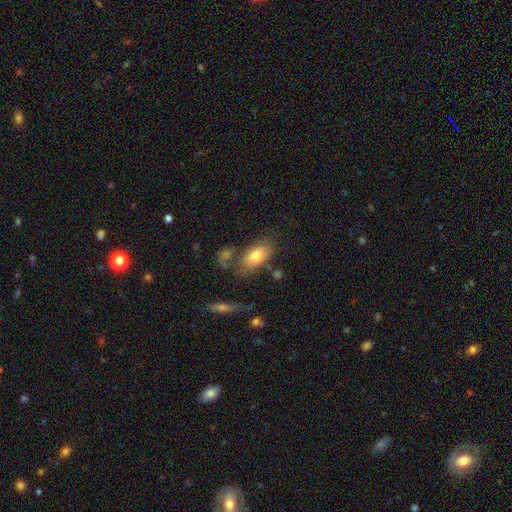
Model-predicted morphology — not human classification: Smooth or featured? Predicted: smooth (p=0.76). How rounded? Predicted: in between (p=0.90). Merging? Predicted: none (p=0.61).